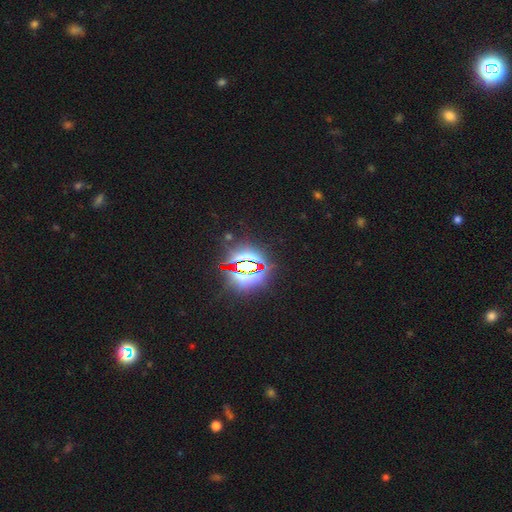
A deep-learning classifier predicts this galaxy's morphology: Smooth or featured? Predicted: star or artifact (p=0.84).